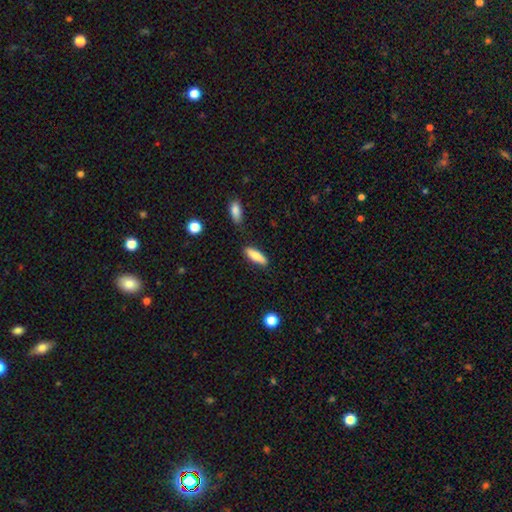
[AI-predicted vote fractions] Morphology: type=smooth (77%); roundness=cigar-shaped (55%); merging=none (83%).